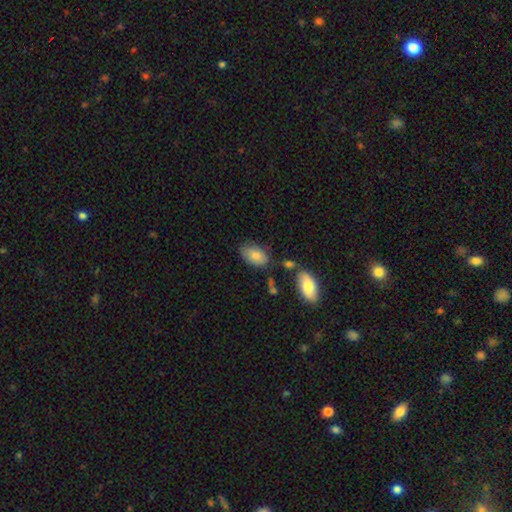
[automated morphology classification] Smooth or featured? Predicted: smooth (p=0.78). How rounded? Predicted: in between (p=0.92). Merging? Predicted: none (p=0.64).